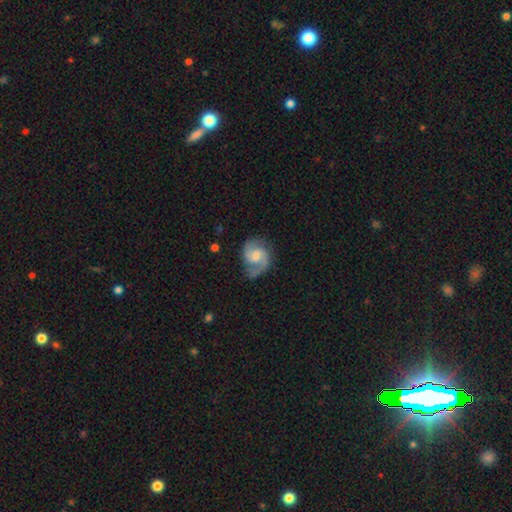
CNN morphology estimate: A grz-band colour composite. It shows a featured or disk galaxy (88%) with a weak bar (48%), 2 (91%) medium (57%) spiral arms (98%) and a moderate central bulge (48%). Merging: none (77%).